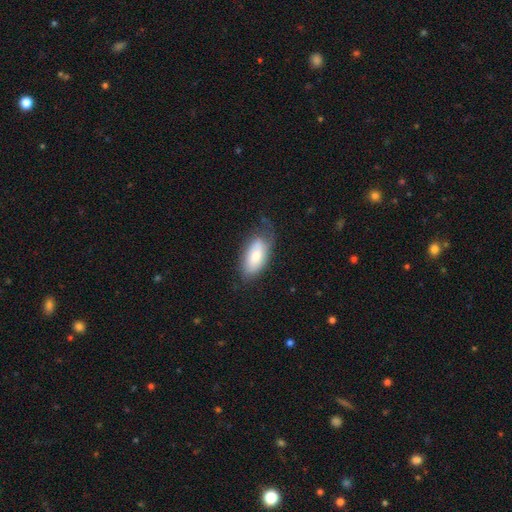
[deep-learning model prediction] Smooth or featured?
  - smooth: 72% *
  - featured or disk: 22%
  - star or artifact: 6%
How rounded?
  - in between: 90% *
  - cigar-shaped: 7%
  - round: 3%
Merging?
  - none: 52% *
  - minor disturbance: 32%
  - major disturbance: 14%
  - merger: 2%